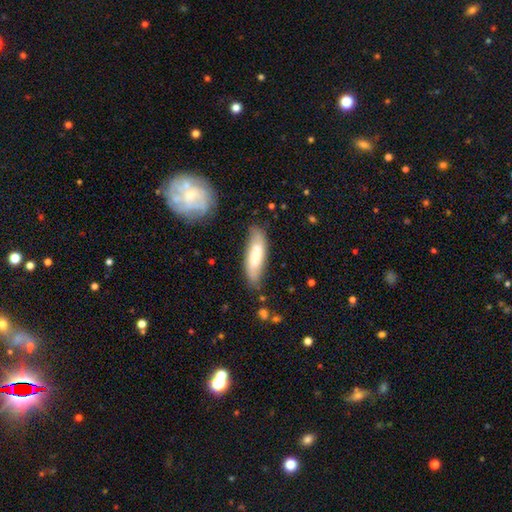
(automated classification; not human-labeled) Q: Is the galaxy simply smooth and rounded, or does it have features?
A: smooth — 67%.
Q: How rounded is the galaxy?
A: cigar-shaped — 53%.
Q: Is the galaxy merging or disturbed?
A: none — 72%.